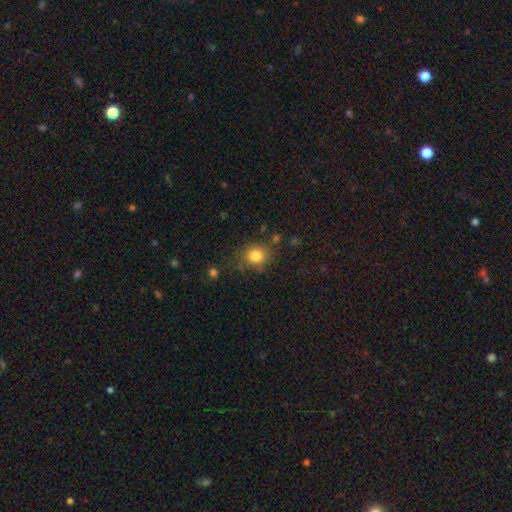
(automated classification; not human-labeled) smooth_or_featured: smooth (p=0.82) [alt: star or artifact p=0.11]
how_rounded: round (p=0.74) [alt: in between p=0.25]
merging: none (p=0.75) [alt: minor disturbance p=0.16]